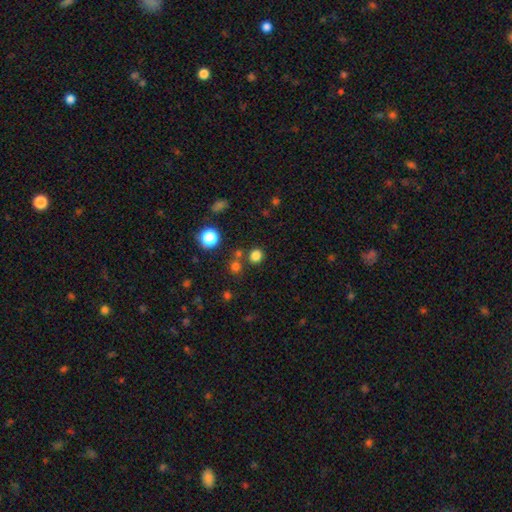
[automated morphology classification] A smooth galaxy with no disk features (78%) that is round (88%). Merging: none (78%).